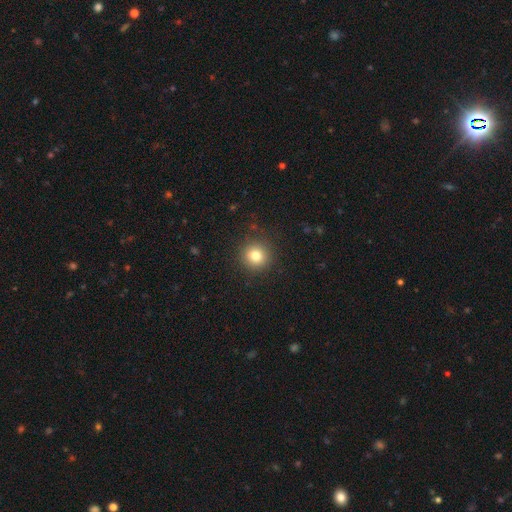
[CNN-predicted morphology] Smooth or featured: smooth — 81% (star or artifact — 12%)
How rounded: round — 93% (in between — 6%)
Merging: none — 90% (minor disturbance — 6%)